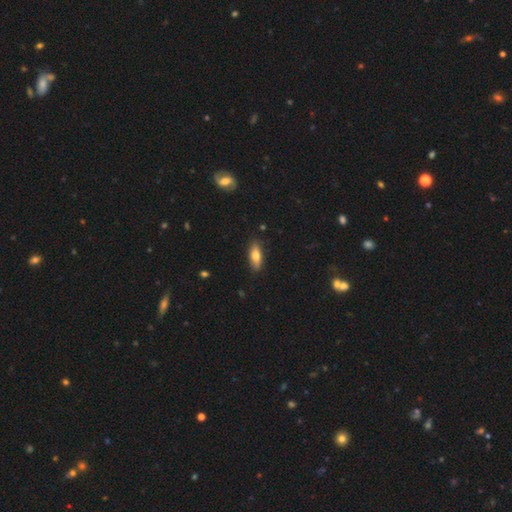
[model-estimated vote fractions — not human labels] smooth 67%, featured or disk 27%, star or artifact 6%. Down the decision tree: how rounded — in between (62%); merging — none (85%).